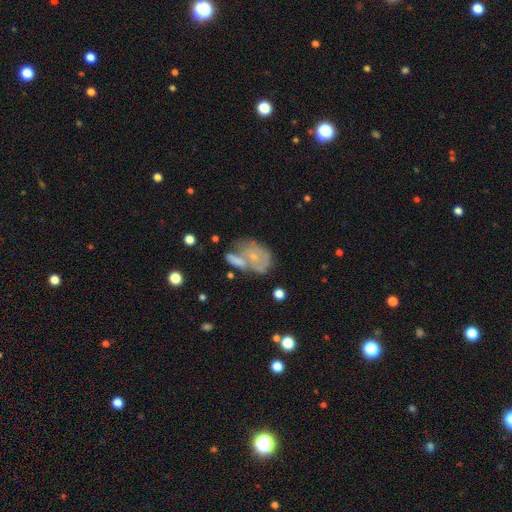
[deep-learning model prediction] A featured or disk galaxy (52%). Merging: merger (37%).